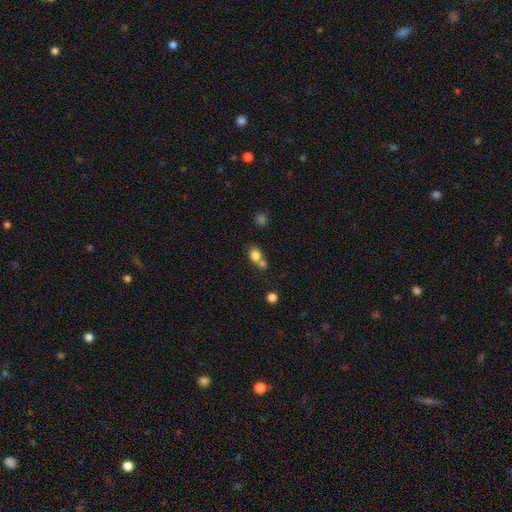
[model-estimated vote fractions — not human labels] A smooth galaxy with no disk features (80%) that is round (58%).

Vote fractions:
- Smooth or featured? smooth: 80% / star or artifact: 10% / featured or disk: 10%
- How rounded? round: 58% / in between: 40% / cigar-shaped: 2%
- Merging? merger: 51% / none: 36% / minor disturbance: 9% / major disturbance: 4%